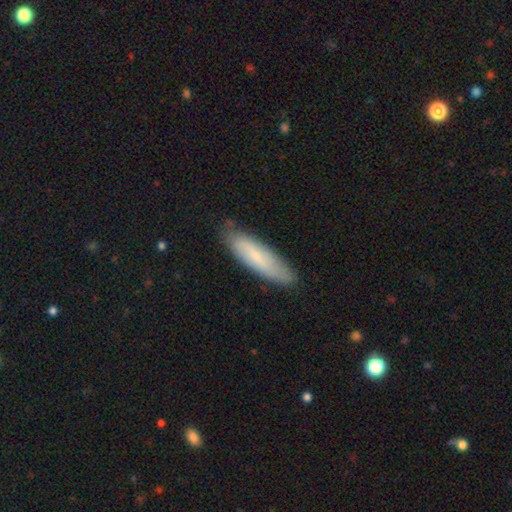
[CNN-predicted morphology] The model was most divided on "how rounded": cigar-shaped: 65%, in between: 33%, round: 1%. More confident: merging — none (79%); smooth or featured — smooth (70%).